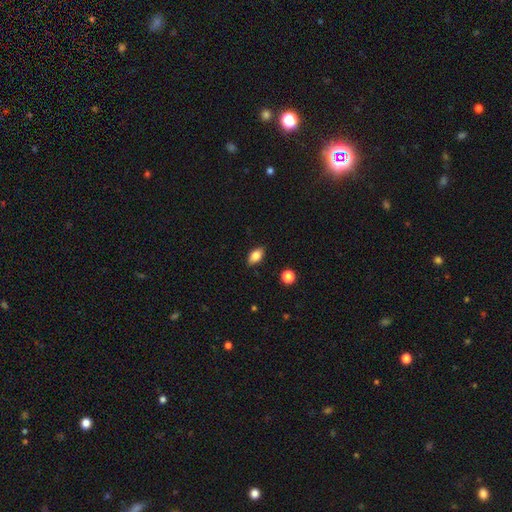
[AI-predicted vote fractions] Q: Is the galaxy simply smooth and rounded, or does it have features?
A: smooth — 82%.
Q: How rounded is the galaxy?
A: in between — 88%.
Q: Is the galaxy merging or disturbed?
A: none — 87%.